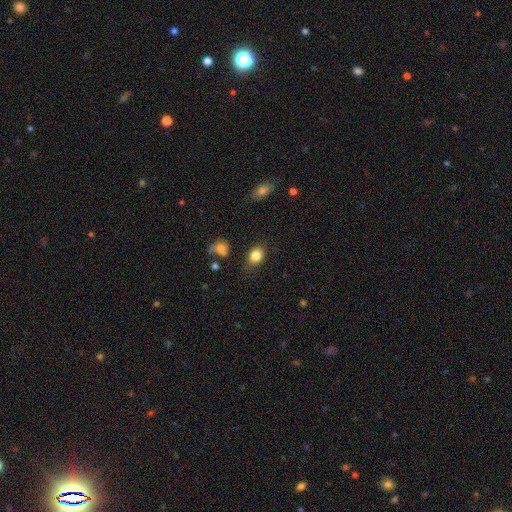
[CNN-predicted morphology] This appears to be a smooth galaxy with no disk features (84%) that is in between round and cigar-shaped (62%). Merging: none (78%).